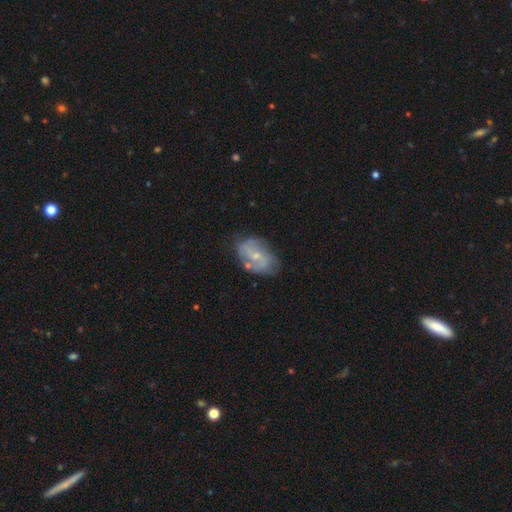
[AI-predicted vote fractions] This is likely a featured or disk galaxy (69%). It is clearly not viewed edge-on (96%). Bar: possibly no (49%). Spiral arm pattern: likely yes (73%). Central bulge: likely small (61%). Merging: likely none (61%).